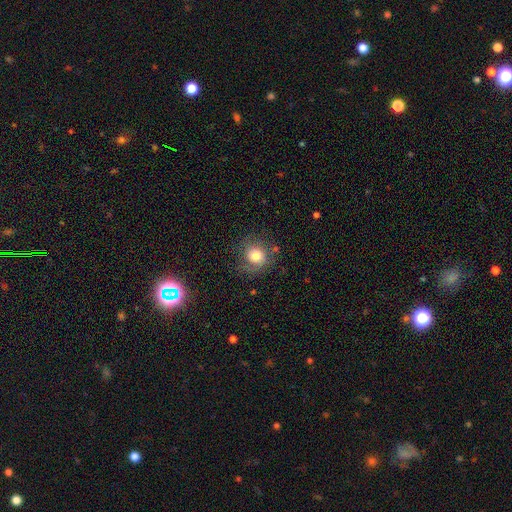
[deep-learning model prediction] A smooth galaxy with no disk features (62%) that is round (84%). Merging: none (64%).